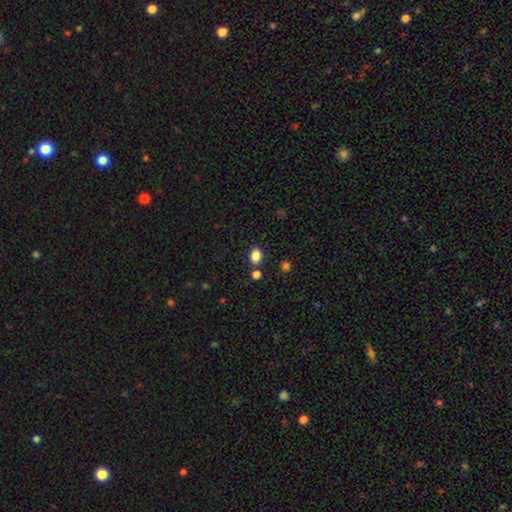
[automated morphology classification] smooth_or_featured: smooth (p=0.85) [alt: star or artifact p=0.10]
how_rounded: in between (p=0.72) [alt: round p=0.27]
merging: none (p=0.78) [alt: minor disturbance p=0.10]